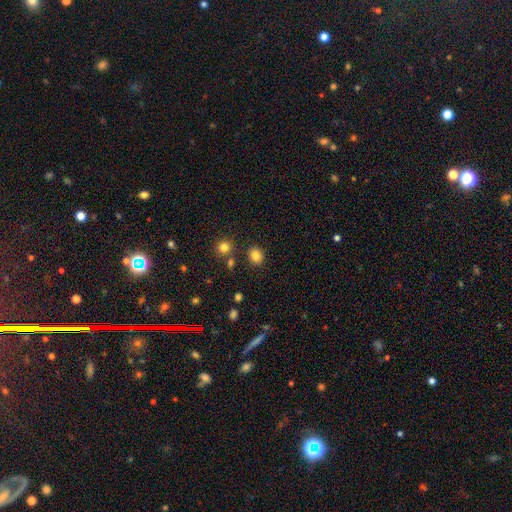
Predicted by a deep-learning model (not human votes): smooth_or_featured: smooth (p=0.83) [alt: star or artifact p=0.11]
how_rounded: round (p=0.61) [alt: in between p=0.38]
merging: none (p=0.84) [alt: minor disturbance p=0.08]